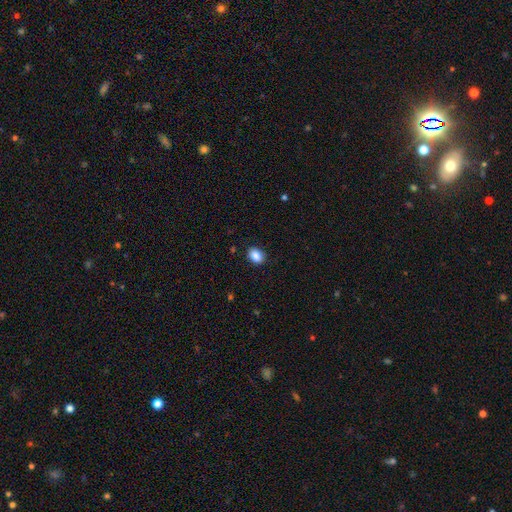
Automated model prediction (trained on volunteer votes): smooth 87%, star or artifact 8%, featured or disk 5%. Down the decision tree: how rounded — in between (70%); merging — none (88%).